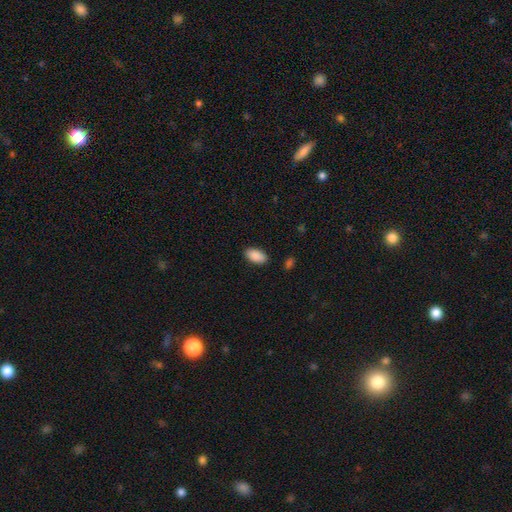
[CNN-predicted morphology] A smooth galaxy with no disk features (90%) that is in between round and cigar-shaped (95%).

Vote fractions:
- Smooth or featured? smooth: 90% / star or artifact: 6% / featured or disk: 4%
- How rounded? in between: 95% / round: 3% / cigar-shaped: 2%
- Merging? none: 88% / minor disturbance: 9% / major disturbance: 2% / merger: 1%